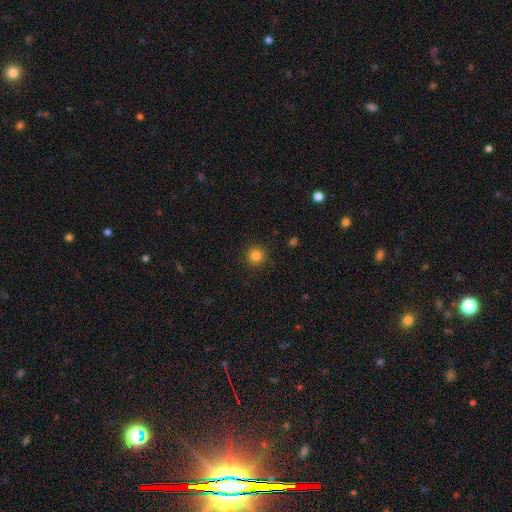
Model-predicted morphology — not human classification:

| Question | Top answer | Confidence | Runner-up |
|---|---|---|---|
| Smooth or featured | smooth | 83% | star or artifact (12%) |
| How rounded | round | 95% | in between (4%) |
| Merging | none | 91% | minor disturbance (6%) |